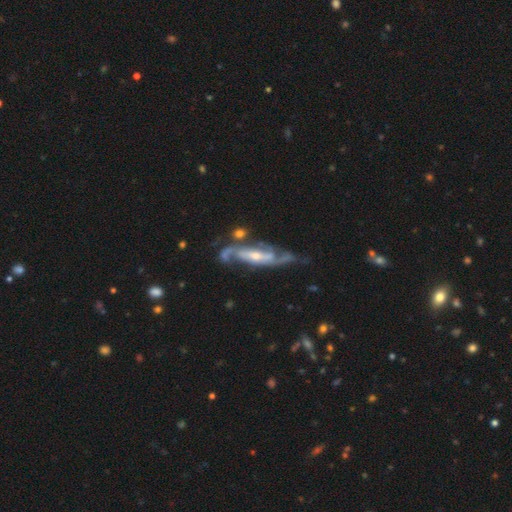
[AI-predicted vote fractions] Morphology: type=featured or disk (89%); edge-on=no (82%); bar=weak (34%); spiral arms=yes (96%); winding=medium (46%); arm count=2 (68%); bulge=small (50%); merging=none (60%).